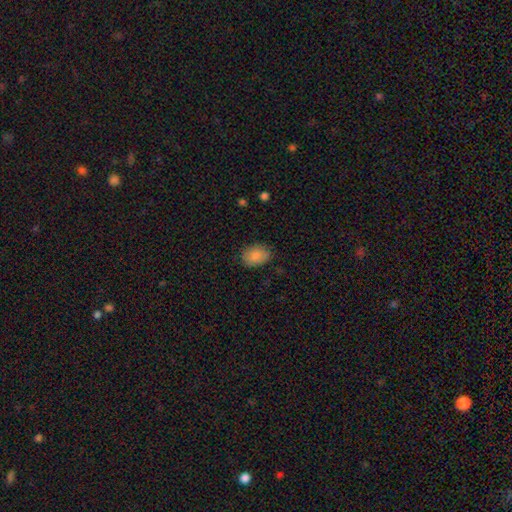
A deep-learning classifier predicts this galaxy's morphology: This is clearly a smooth galaxy (88%). How rounded: clearly in between (80%). Merging: clearly none (82%).